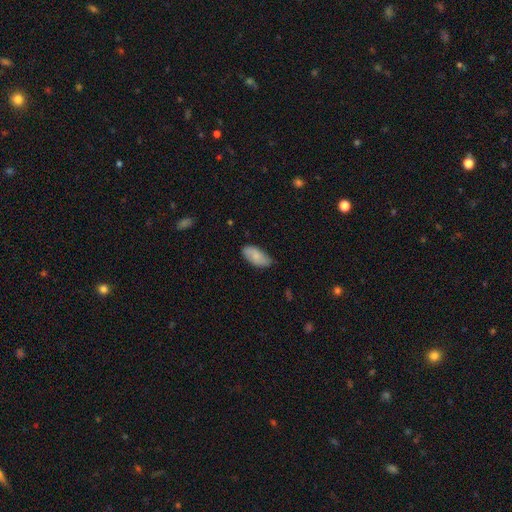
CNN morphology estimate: smooth 76%, featured or disk 18%, star or artifact 6%. Down the decision tree: how rounded — in between (92%); merging — none (76%).